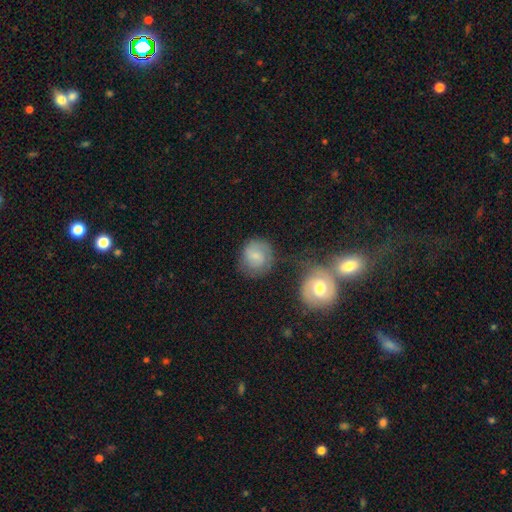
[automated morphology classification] A smooth galaxy with no disk features (54%) that is round (82%).

Vote fractions:
- Smooth or featured? smooth: 54% / featured or disk: 37% / star or artifact: 8%
- How rounded? round: 82% / in between: 17% / cigar-shaped: 1%
- Merging? none: 65% / minor disturbance: 17% / merger: 10% / major disturbance: 8%